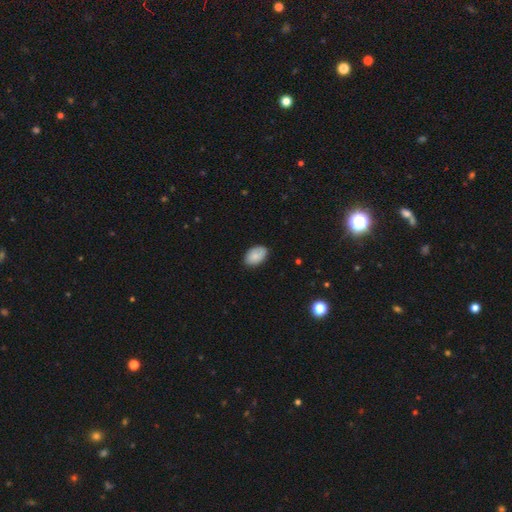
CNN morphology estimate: Smooth or featured?
  - smooth: 82% *
  - featured or disk: 11%
  - star or artifact: 7%
How rounded?
  - in between: 91% *
  - round: 8%
  - cigar-shaped: 1%
Merging?
  - none: 82% *
  - minor disturbance: 15%
  - major disturbance: 2%
  - merger: 1%